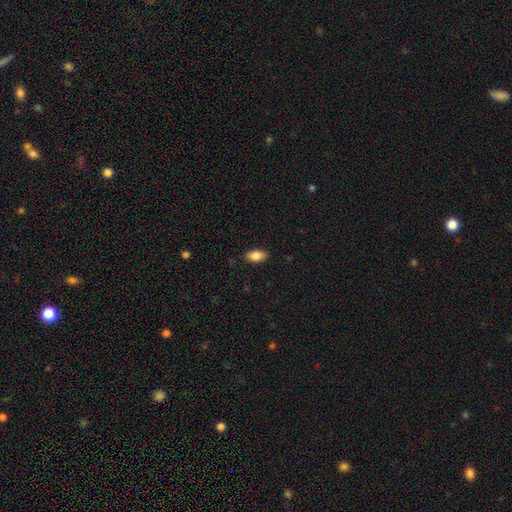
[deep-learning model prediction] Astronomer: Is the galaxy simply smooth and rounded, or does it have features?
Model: smooth — 85%.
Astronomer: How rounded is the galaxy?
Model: in between — 92%.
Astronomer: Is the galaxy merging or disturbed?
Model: none — 88%.